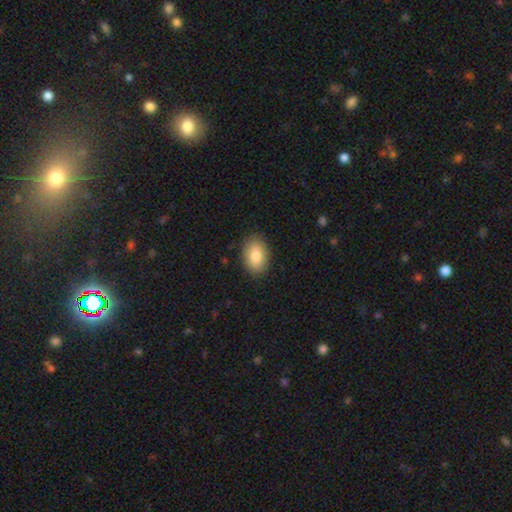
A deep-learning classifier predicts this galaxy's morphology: Q: Smooth or featured?
A: smooth (83%); runner-up: featured or disk (10%)
Q: How rounded?
A: in between (87%); runner-up: round (12%)
Q: Merging?
A: none (87%); runner-up: minor disturbance (10%)